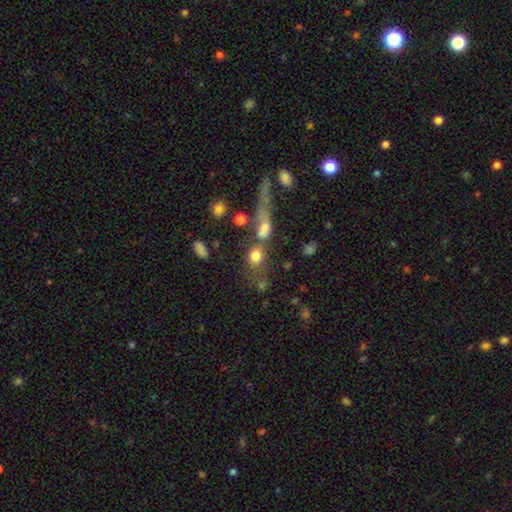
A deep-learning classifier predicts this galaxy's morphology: Smooth or featured? smooth (76%)
How rounded? round (48%)
Merging? none (38%)